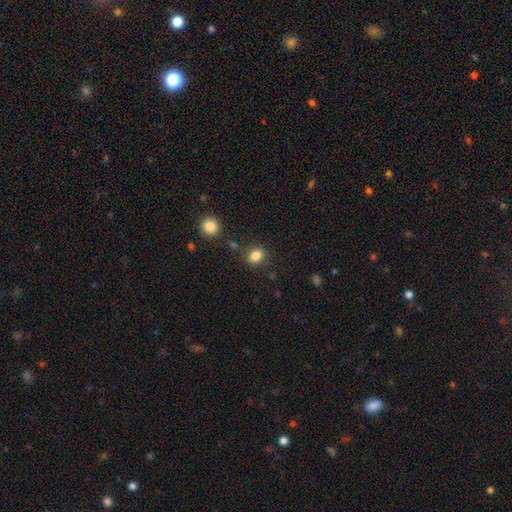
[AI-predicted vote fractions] Q: Smooth or featured?
A: smooth (84%); runner-up: star or artifact (10%)
Q: How rounded?
A: in between (59%); runner-up: round (40%)
Q: Merging?
A: none (81%); runner-up: minor disturbance (11%)